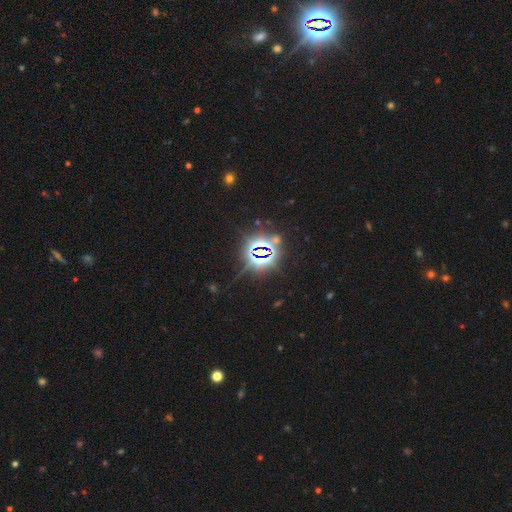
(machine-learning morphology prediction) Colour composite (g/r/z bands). It shows a star or artifact, not a galaxy (83%).